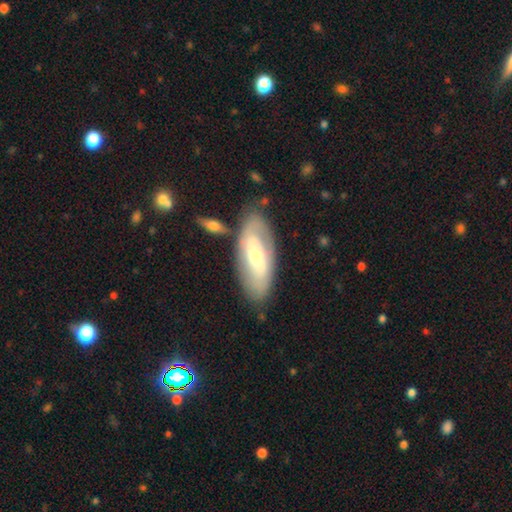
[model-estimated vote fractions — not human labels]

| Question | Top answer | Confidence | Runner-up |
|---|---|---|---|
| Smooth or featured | featured or disk | 59% | smooth (36%) |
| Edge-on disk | no | 87% | yes (13%) |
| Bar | weak | 36% | strong (33%) |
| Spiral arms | yes | 60% | no (40%) |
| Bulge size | small | 47% | moderate (45%) |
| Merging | none | 75% | minor disturbance (15%) |